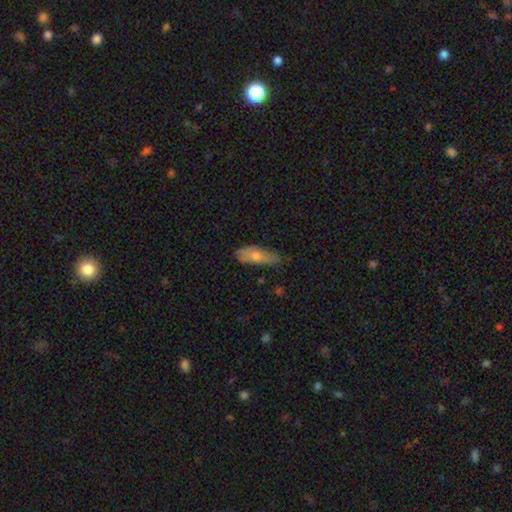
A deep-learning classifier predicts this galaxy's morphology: Smooth or featured: smooth — 66% (featured or disk — 27%)
How rounded: in between — 55% (cigar-shaped — 42%)
Merging: none — 59% (minor disturbance — 32%)